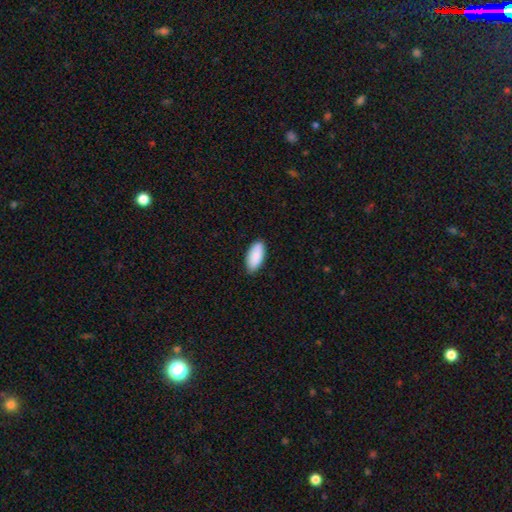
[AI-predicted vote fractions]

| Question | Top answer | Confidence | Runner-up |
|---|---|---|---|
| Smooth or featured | smooth | 90% | star or artifact (6%) |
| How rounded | in between | 90% | cigar-shaped (8%) |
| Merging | none | 87% | minor disturbance (11%) |